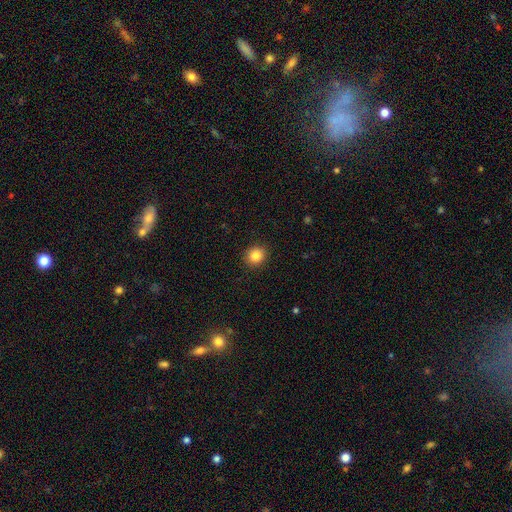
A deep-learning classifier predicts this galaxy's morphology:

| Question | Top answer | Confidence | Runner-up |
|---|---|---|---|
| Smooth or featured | smooth | 85% | star or artifact (10%) |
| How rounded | round | 81% | in between (18%) |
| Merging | none | 91% | minor disturbance (6%) |